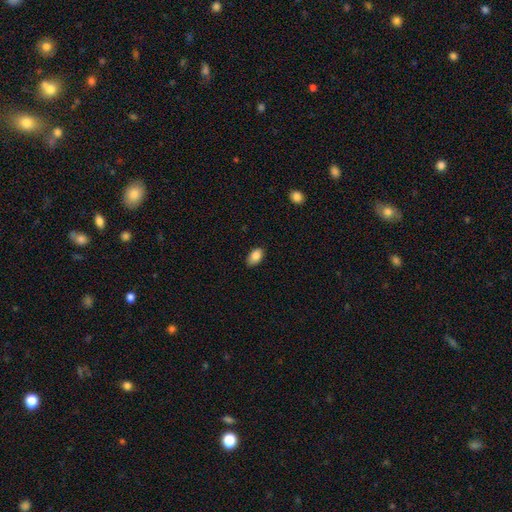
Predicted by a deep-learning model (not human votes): smooth_or_featured: smooth (p=0.87) [alt: star or artifact p=0.08]
how_rounded: in between (p=0.90) [alt: round p=0.08]
merging: none (p=0.82) [alt: minor disturbance p=0.15]